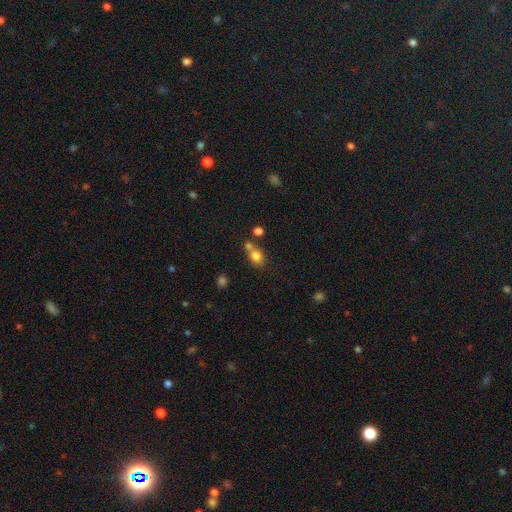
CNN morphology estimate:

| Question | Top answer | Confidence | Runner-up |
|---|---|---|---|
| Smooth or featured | smooth | 80% | star or artifact (12%) |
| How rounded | round | 55% | in between (44%) |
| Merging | none | 51% | merger (33%) |